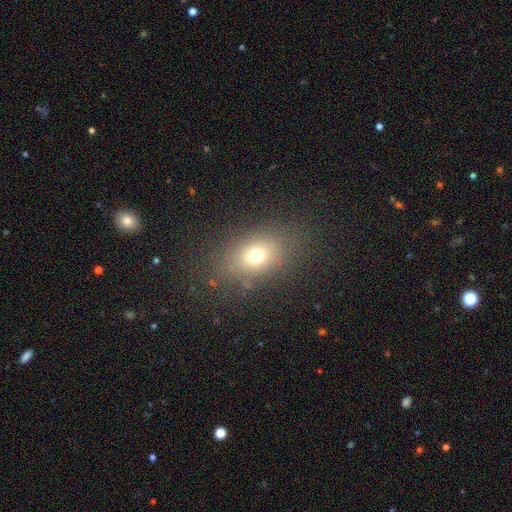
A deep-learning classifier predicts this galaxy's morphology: Overall: smooth (70%). How rounded: in between (71%). Merging: none (79%).